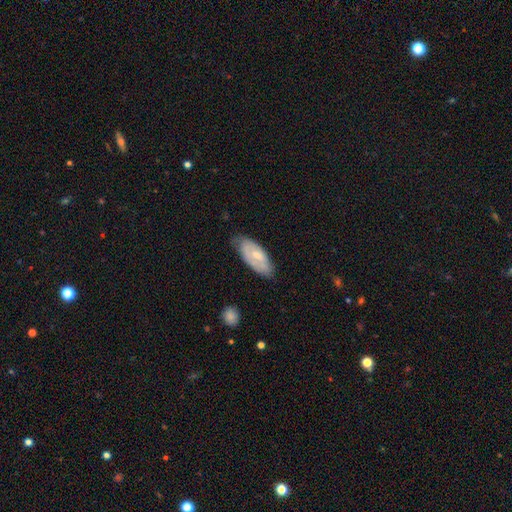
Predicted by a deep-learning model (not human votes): Morphology: type=smooth (50%); merging=none (67%).